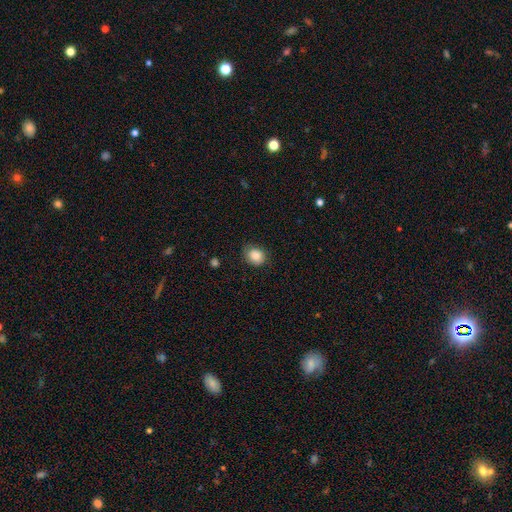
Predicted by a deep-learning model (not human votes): smooth_or_featured: smooth (p=0.85) [alt: star or artifact p=0.09]
how_rounded: round (p=0.62) [alt: in between p=0.37]
merging: none (p=0.76) [alt: minor disturbance p=0.19]